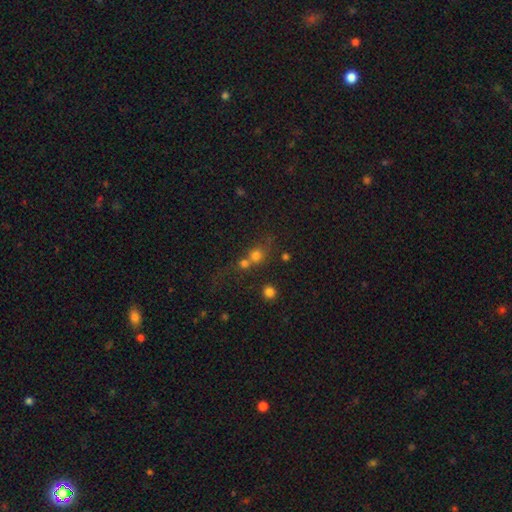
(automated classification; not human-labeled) This is likely a smooth galaxy (72%). How rounded: clearly round (83%). Merging: possibly merger (52%).